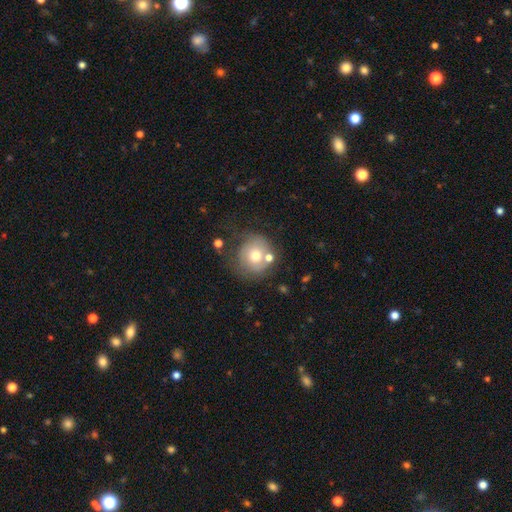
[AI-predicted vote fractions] smooth-or-featured: smooth: 57% | featured or disk: 34% | star or artifact: 10%
  how-rounded: round: 89% | in between: 10% | cigar-shaped: 1%
  merging: none: 50% | minor disturbance: 21% | major disturbance: 15% | merger: 14%